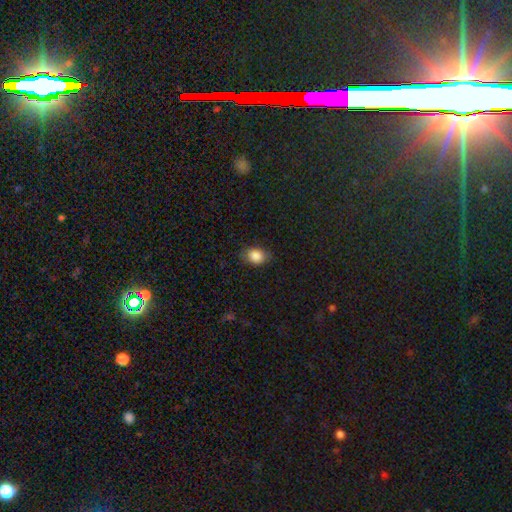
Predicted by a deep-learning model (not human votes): Smooth or featured?
  - smooth: 86% *
  - star or artifact: 9%
  - featured or disk: 5%
How rounded?
  - in between: 68% *
  - round: 30%
  - cigar-shaped: 1%
Merging?
  - none: 77% *
  - minor disturbance: 18%
  - major disturbance: 4%
  - merger: 1%